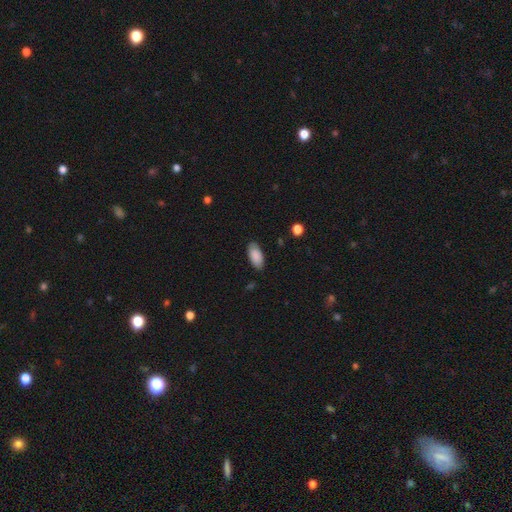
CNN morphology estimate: type=smooth (89%); roundness=in between (92%); merging=none (87%).